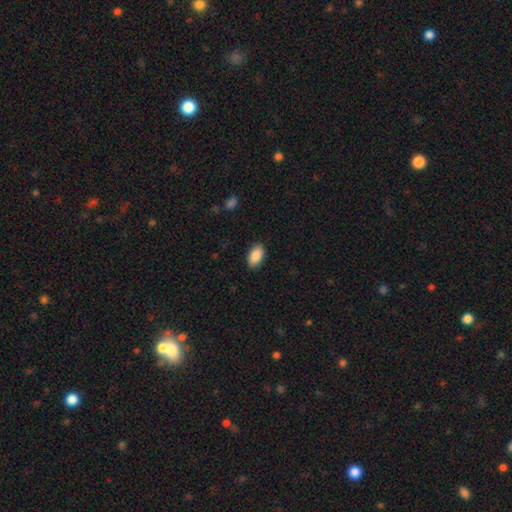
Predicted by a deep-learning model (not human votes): Smooth or featured? Predicted: smooth (p=0.89). How rounded? Predicted: in between (p=0.94). Merging? Predicted: none (p=0.88).